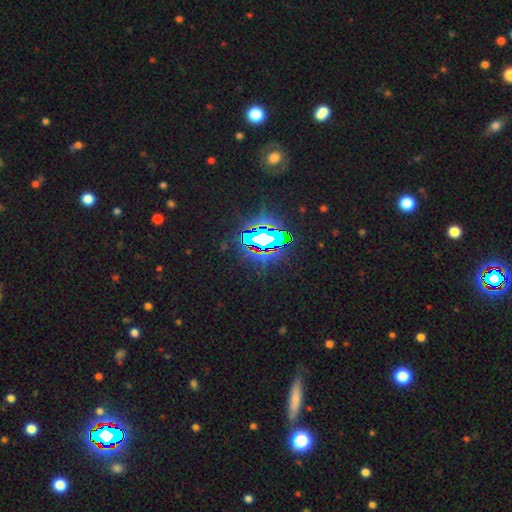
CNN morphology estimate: type=star or artifact (77%).